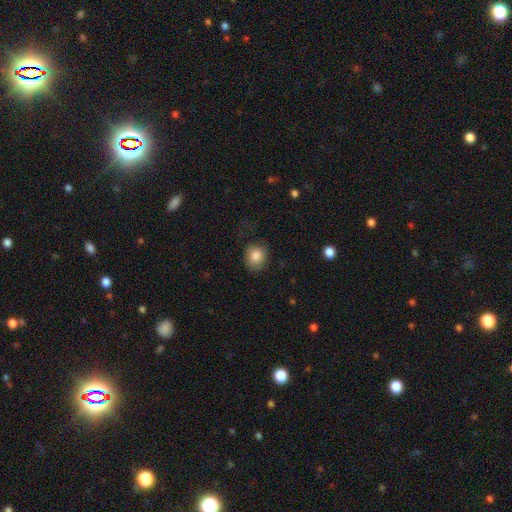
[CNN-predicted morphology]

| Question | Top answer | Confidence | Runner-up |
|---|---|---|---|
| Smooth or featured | smooth | 86% | star or artifact (9%) |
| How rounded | round | 77% | in between (23%) |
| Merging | none | 76% | minor disturbance (16%) |